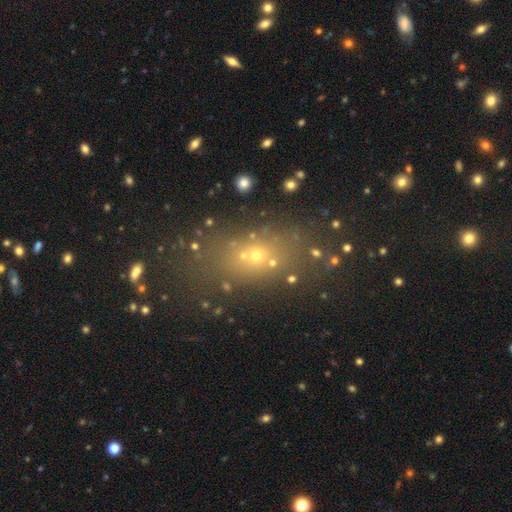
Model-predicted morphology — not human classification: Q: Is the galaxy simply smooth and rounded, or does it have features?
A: smooth — 47%.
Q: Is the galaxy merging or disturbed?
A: none — 67%.